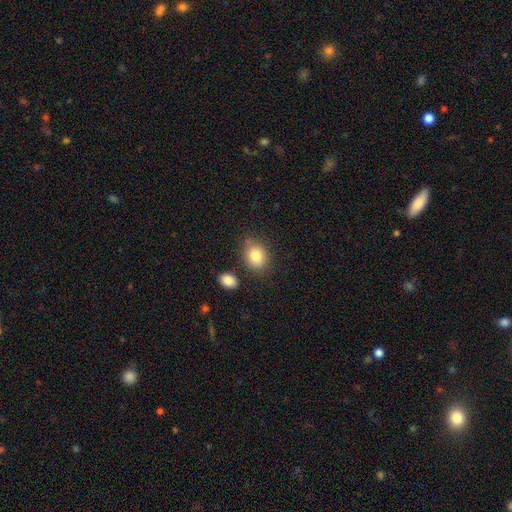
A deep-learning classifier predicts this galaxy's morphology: This appears to be a smooth galaxy with no disk features (82%) that is in between round and cigar-shaped (54%). Merging: none (74%).